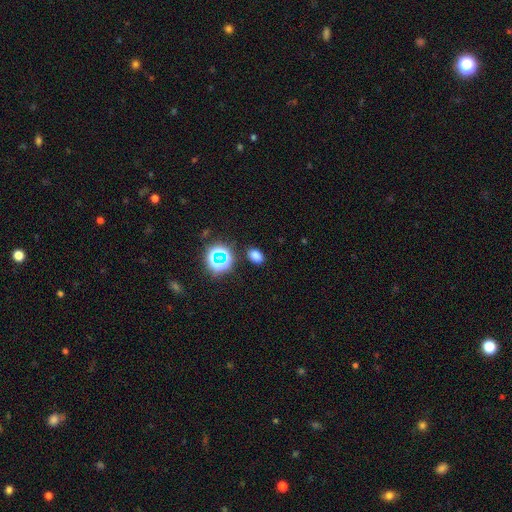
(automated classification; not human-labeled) A smooth galaxy with no disk features (73%) that is in between round and cigar-shaped (79%). Merging: none (86%).